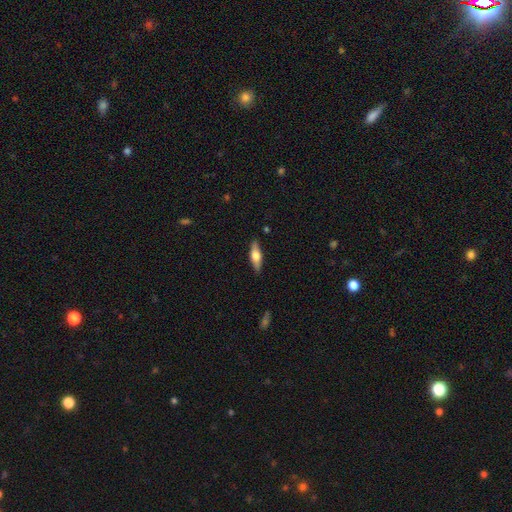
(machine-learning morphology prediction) A featured or disk galaxy (47%, tied with smooth).

Vote fractions:
- Smooth or featured? featured or disk: 47% (tied) / smooth: 47% (tied) / star or artifact: 6%
- Merging? none: 87% / minor disturbance: 10% / major disturbance: 2% / merger: 1%